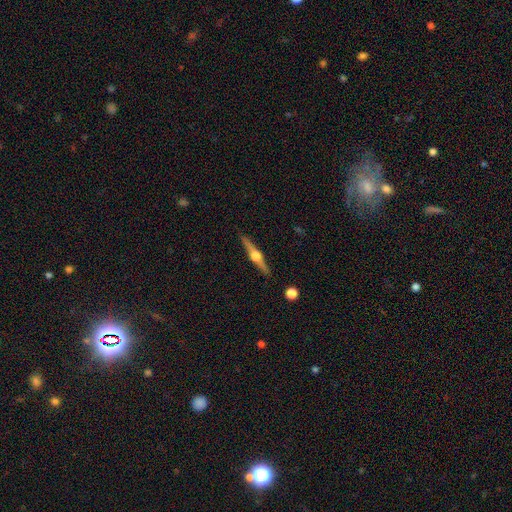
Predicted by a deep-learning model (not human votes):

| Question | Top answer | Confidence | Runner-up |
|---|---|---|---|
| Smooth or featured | featured or disk | 82% | smooth (13%) |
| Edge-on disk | yes | 98% | no (2%) |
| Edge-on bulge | rounded | 96% | boxy (3%) |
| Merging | none | 91% | minor disturbance (7%) |